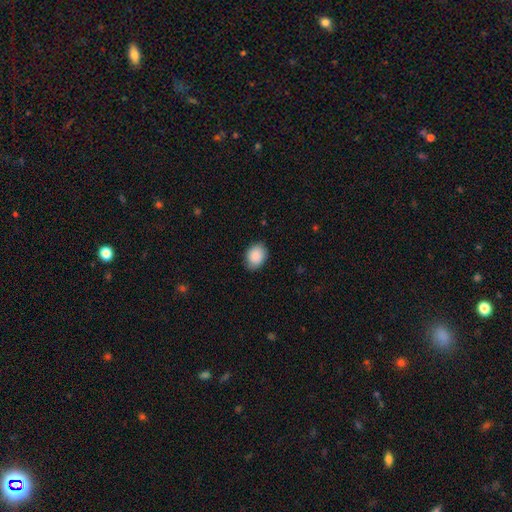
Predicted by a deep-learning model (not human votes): Overall: smooth (89%). How rounded: in between (63%; round 36%). Merging: none (81%).